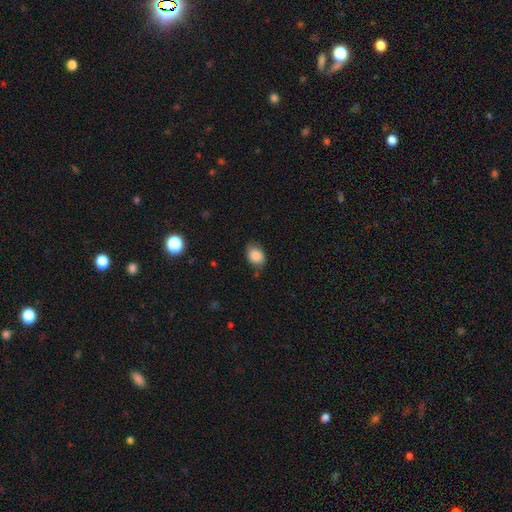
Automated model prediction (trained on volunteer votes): smooth-or-featured: smooth: 86% | star or artifact: 8% | featured or disk: 6%
  how-rounded: in between: 68% | round: 31% | cigar-shaped: 1%
  merging: none: 70% | minor disturbance: 23% | major disturbance: 5% | merger: 2%